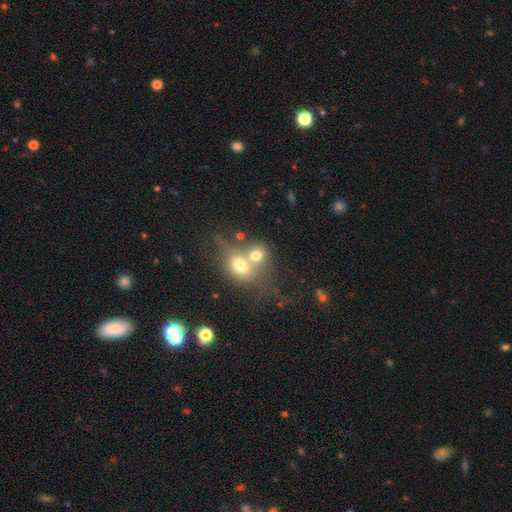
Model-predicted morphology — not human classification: smooth_or_featured: smooth (p=0.65) [alt: featured or disk p=0.22]
how_rounded: round (p=0.53) [alt: in between p=0.45]
merging: merger (p=0.67) [alt: none p=0.20]